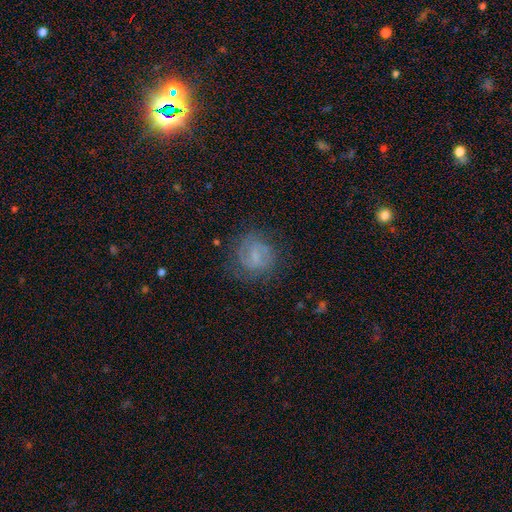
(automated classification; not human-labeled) featured or disk 65%, smooth 26%, star or artifact 9%. Down the decision tree: edge-on disk — no (98%); bar — weak (56%); spiral arms — yes (89%); spiral arm count — 2 (72%); spiral winding — medium (44%); bulge size — small (49%); merging — none (74%).